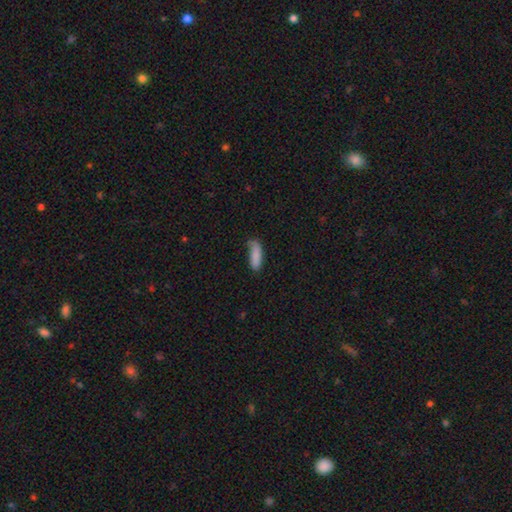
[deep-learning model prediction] This is clearly a smooth galaxy (85%). How rounded: possibly in between (53%). Merging: possibly none (56%).